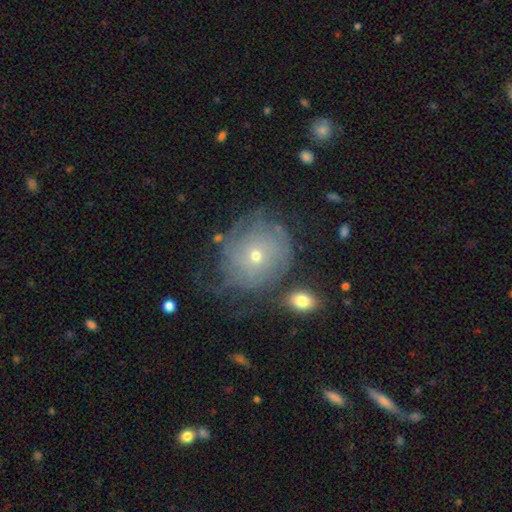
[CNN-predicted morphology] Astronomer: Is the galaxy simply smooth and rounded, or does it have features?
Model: featured or disk — 64%.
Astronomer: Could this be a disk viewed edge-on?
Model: no — 96%.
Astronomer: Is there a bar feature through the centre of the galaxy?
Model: no — 86%.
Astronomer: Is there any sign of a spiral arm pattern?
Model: yes — 76%.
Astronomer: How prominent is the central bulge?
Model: small — 67%.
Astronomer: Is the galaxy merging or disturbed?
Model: none — 61%.